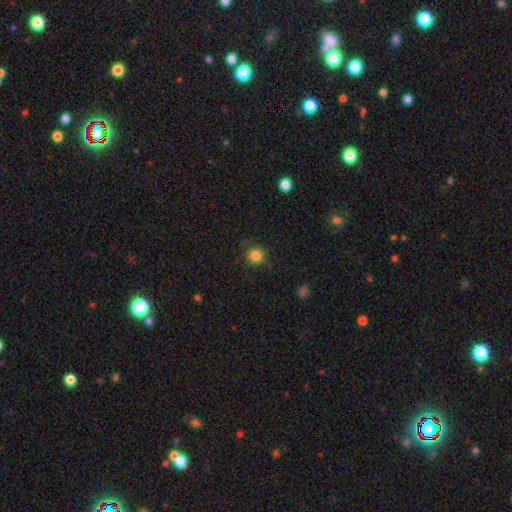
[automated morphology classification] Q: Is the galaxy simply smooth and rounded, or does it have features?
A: smooth — 84%.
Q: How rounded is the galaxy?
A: round — 90%.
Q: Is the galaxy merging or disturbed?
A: none — 82%.